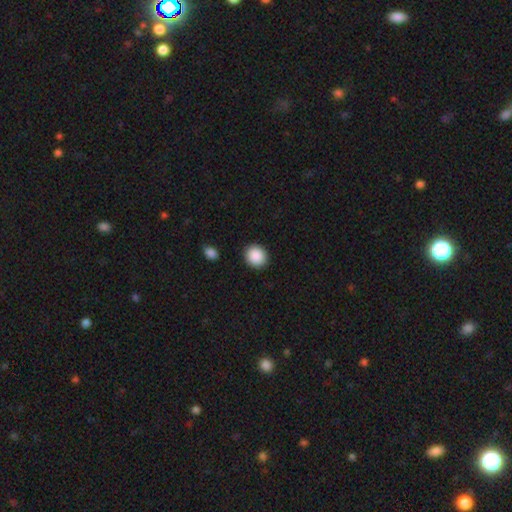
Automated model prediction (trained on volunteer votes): smooth_or_featured: smooth (p=0.90) [alt: star or artifact p=0.07]
how_rounded: round (p=0.73) [alt: in between p=0.26]
merging: none (p=0.90) [alt: minor disturbance p=0.07]